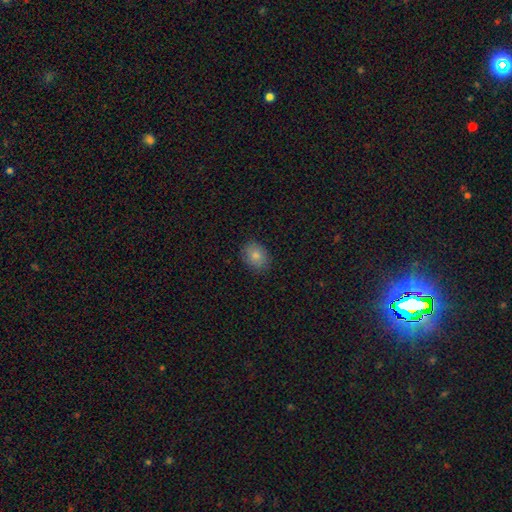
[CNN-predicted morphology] Smooth or featured? Predicted: smooth (p=0.83). How rounded? Predicted: in between (p=0.55). Merging? Predicted: none (p=0.84).